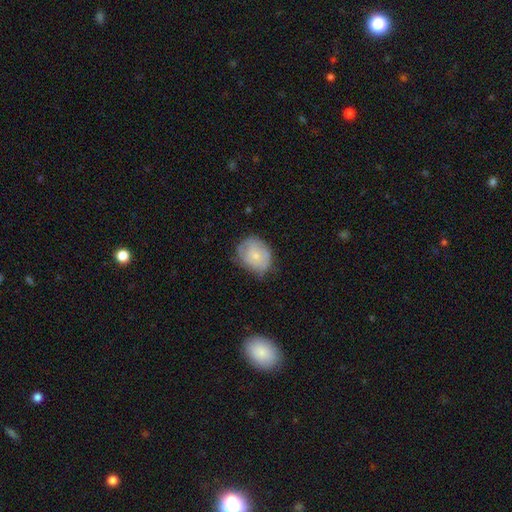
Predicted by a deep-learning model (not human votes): This appears to be a smooth galaxy with no disk features (62%) that is in between round and cigar-shaped (50%). Merging: none (57%).